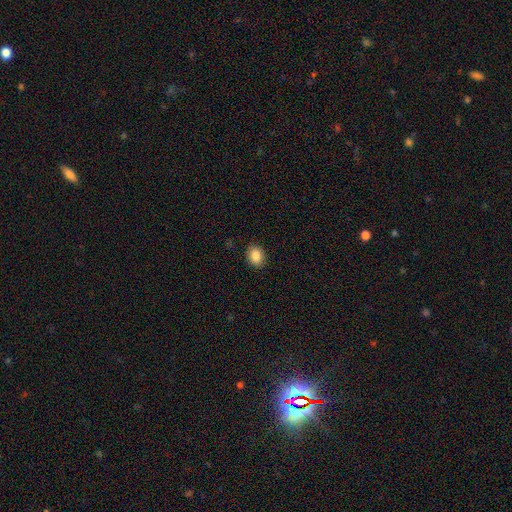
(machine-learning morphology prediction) smooth-or-featured: smooth: 87% | star or artifact: 9% | featured or disk: 4%
  how-rounded: in between: 59% | round: 40% | cigar-shaped: 1%
  merging: none: 89% | minor disturbance: 8% | major disturbance: 2% | merger: 1%